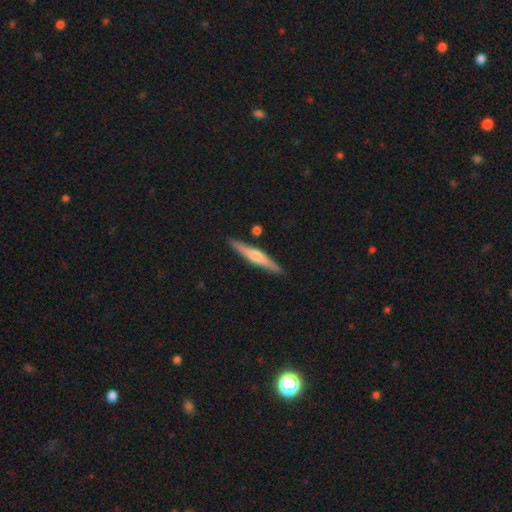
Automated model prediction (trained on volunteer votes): Q: Smooth or featured?
A: featured or disk (59%); runner-up: smooth (36%)
Q: Edge-on disk?
A: yes (97%); runner-up: no (3%)
Q: Edge-on bulge?
A: rounded (75%); runner-up: none (13%)
Q: Merging?
A: none (89%); runner-up: minor disturbance (8%)